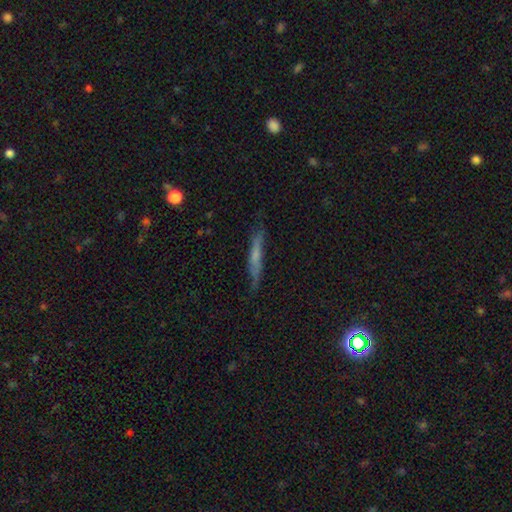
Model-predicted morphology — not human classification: smooth-or-featured: smooth: 48% | featured or disk: 44% | star or artifact: 8%
  merging: none: 73% | minor disturbance: 20% | major disturbance: 5% | merger: 2%